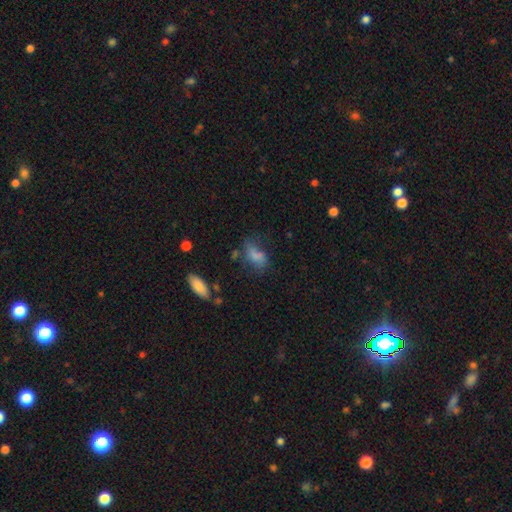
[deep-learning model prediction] A smooth galaxy with no disk features (70%) that is in between round and cigar-shaped (87%). Merging: none (40%).